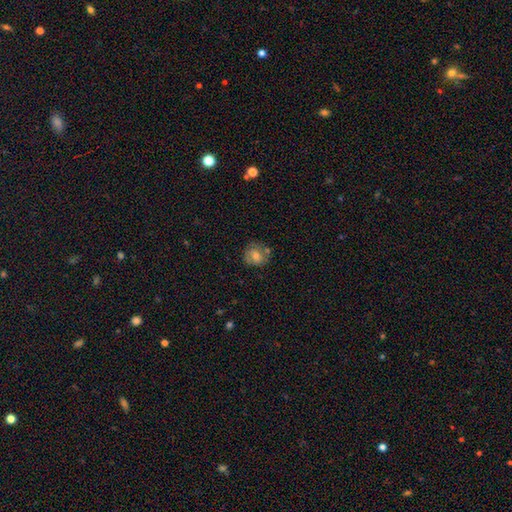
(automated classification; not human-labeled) A smooth galaxy with no disk features (62%) that is round (76%).

Vote fractions:
- Smooth or featured? smooth: 62% / featured or disk: 26% / star or artifact: 12%
- How rounded? round: 76% / in between: 23% / cigar-shaped: 1%
- Merging? none: 66% / minor disturbance: 20% / merger: 7% / major disturbance: 7%